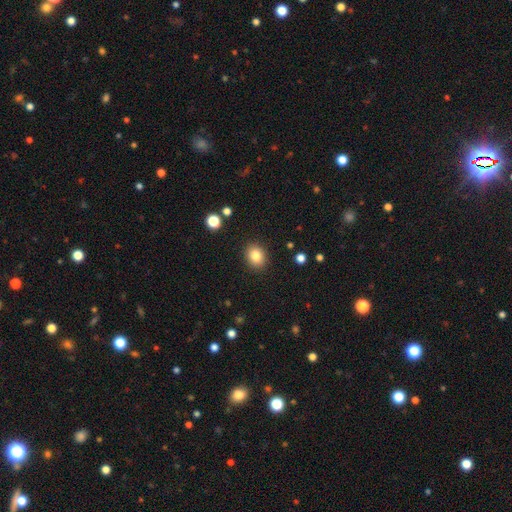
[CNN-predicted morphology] This appears to be a smooth galaxy with no disk features (84%) that is round (57%). Merging: none (90%).